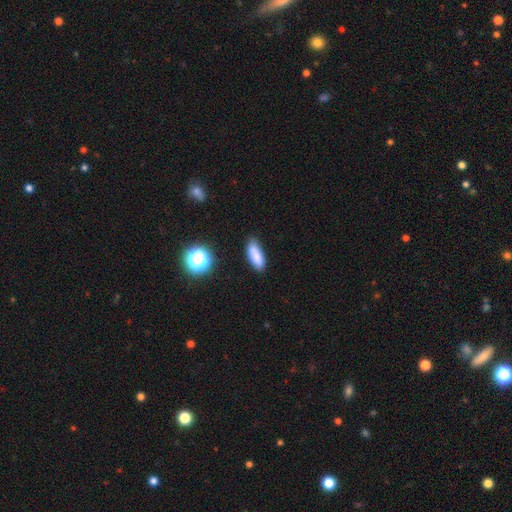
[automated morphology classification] Smooth or featured?
  - smooth: 83% *
  - star or artifact: 10%
  - featured or disk: 8%
How rounded?
  - in between: 67% *
  - cigar-shaped: 30%
  - round: 3%
Merging?
  - none: 78% *
  - minor disturbance: 16%
  - major disturbance: 3%
  - merger: 3%